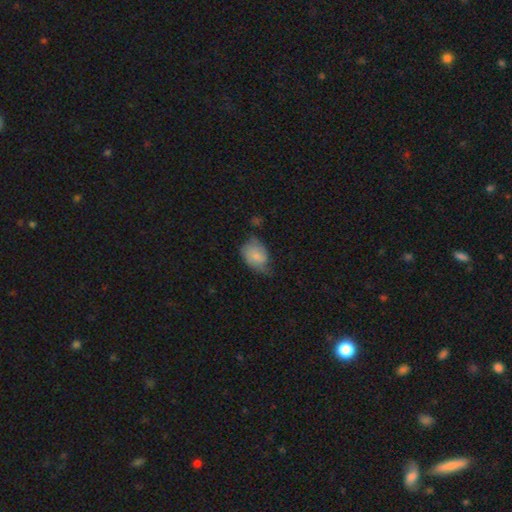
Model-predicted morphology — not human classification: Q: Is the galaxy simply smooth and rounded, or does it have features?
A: smooth — 69%.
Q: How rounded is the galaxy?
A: in between — 79%.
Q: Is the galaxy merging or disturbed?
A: minor disturbance — 43%.